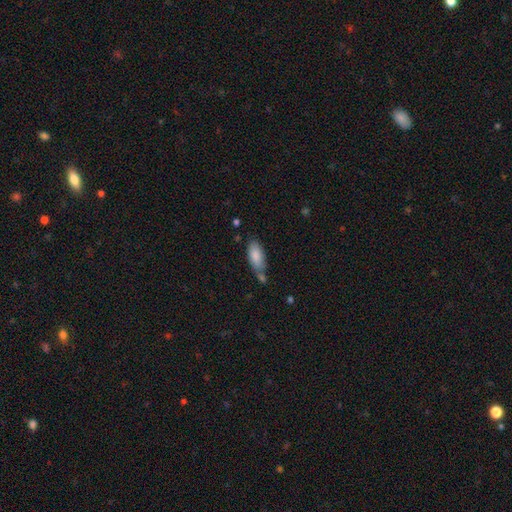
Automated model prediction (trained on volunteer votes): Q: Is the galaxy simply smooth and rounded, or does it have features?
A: smooth — 84%.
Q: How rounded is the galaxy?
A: in between — 85%.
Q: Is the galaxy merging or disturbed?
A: none — 55%.